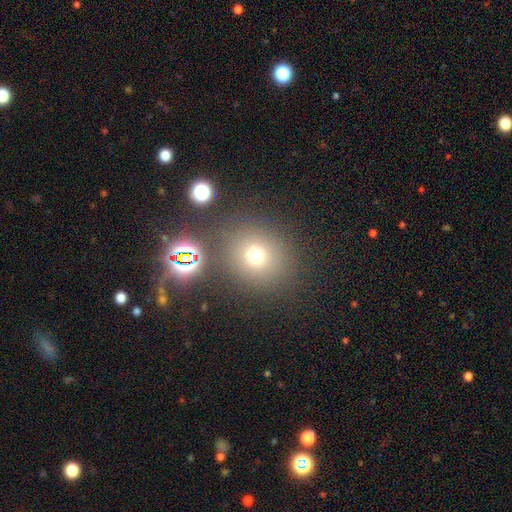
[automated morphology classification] smooth_or_featured: smooth (p=0.71) [alt: star or artifact p=0.20]
how_rounded: round (p=0.82) [alt: in between p=0.17]
merging: none (p=0.77) [alt: minor disturbance p=0.10]